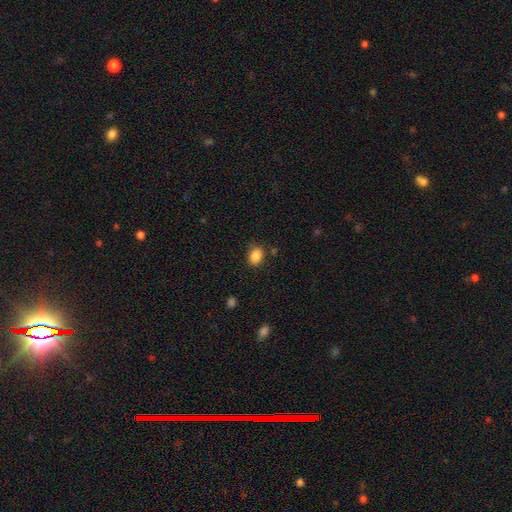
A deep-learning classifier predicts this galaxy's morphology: smooth 87%, star or artifact 9%, featured or disk 4%. Down the decision tree: how rounded — in between (67%); merging — none (81%).